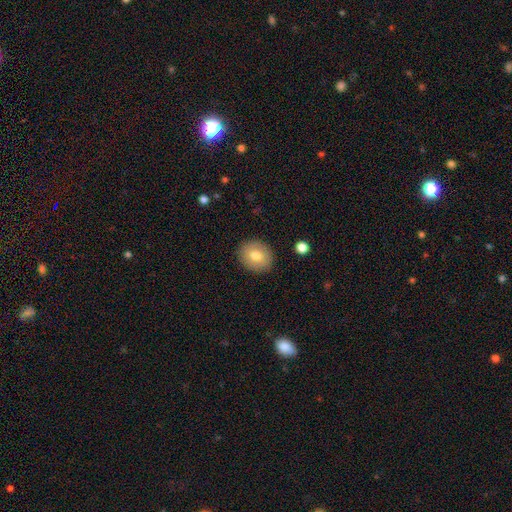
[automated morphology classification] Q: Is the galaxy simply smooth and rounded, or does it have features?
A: smooth — 76%.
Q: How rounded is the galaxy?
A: round — 69%.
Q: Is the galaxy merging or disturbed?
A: none — 89%.